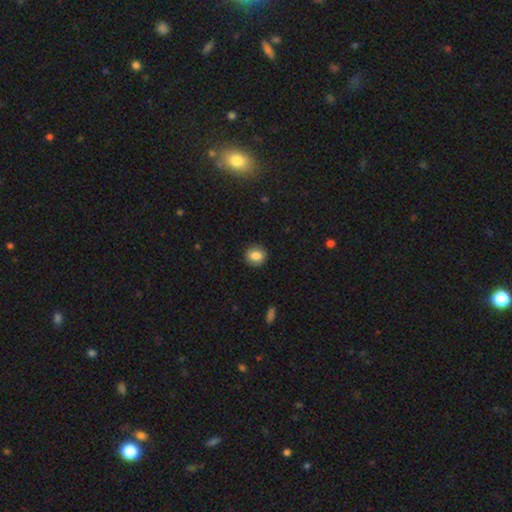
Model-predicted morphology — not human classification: Smooth or featured?
  - smooth: 83% *
  - star or artifact: 9%
  - featured or disk: 8%
How rounded?
  - round: 77% *
  - in between: 22%
  - cigar-shaped: 1%
Merging?
  - none: 88% *
  - minor disturbance: 8%
  - major disturbance: 2%
  - merger: 1%